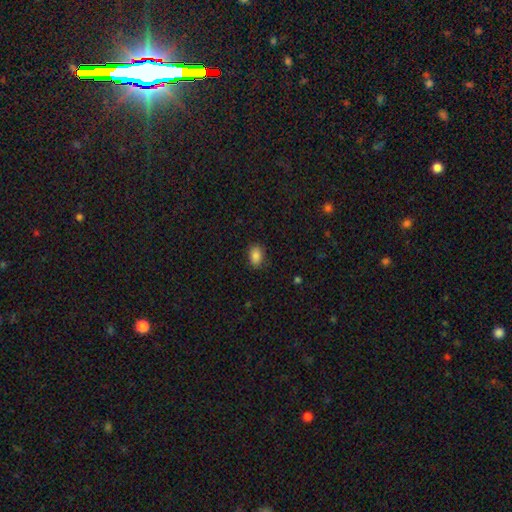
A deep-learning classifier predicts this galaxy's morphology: Smooth or featured? Predicted: smooth (p=0.86). How rounded? Predicted: in between (p=0.84). Merging? Predicted: none (p=0.84).